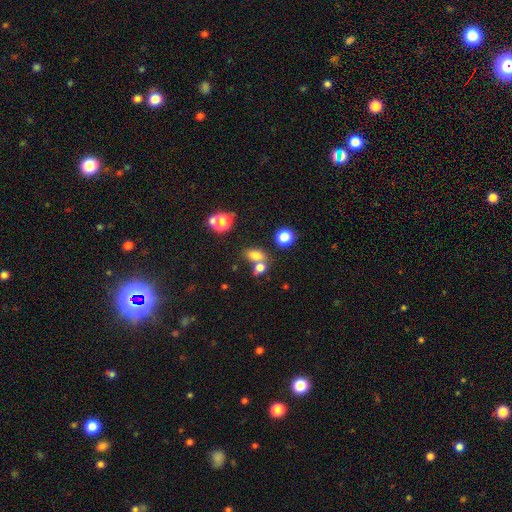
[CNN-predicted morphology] A smooth galaxy with no disk features (75%) that is in between round and cigar-shaped (76%). Merging: none (46%).